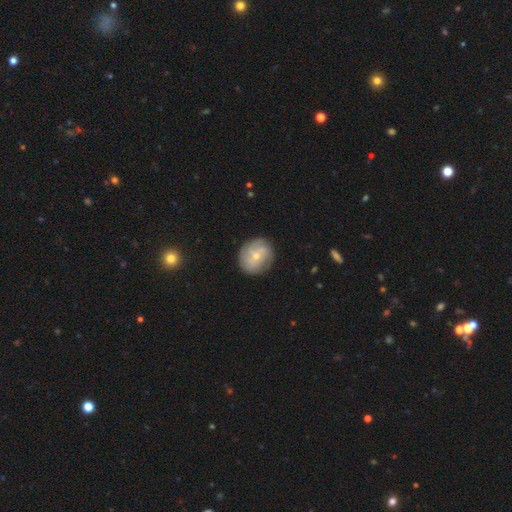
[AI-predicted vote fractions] Morphology: type=featured or disk (50%); merging=none (81%).